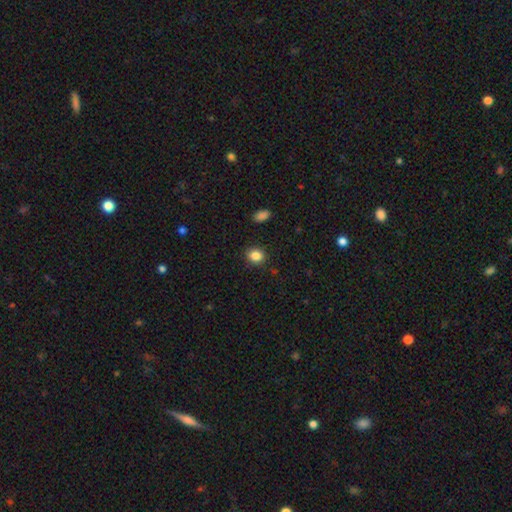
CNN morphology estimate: The model was most divided on "how rounded": round: 65%, in between: 34%, cigar-shaped: 1%. More confident: merging — none (89%); smooth or featured — smooth (86%).